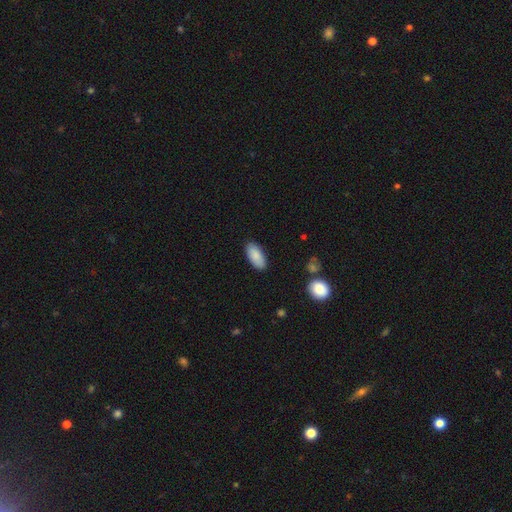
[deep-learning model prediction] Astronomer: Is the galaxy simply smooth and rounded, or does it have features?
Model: smooth — 87%.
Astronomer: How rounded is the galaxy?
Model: in between — 90%.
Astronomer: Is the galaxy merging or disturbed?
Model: none — 87%.